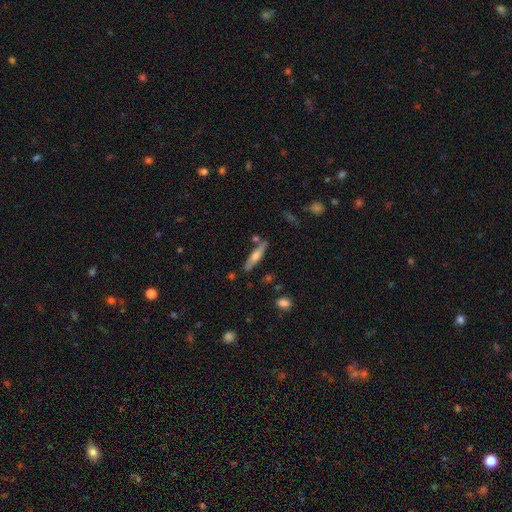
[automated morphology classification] A smooth galaxy with no disk features (51%) that is cigar-shaped (82%).

Vote fractions:
- Smooth or featured? smooth: 51% / featured or disk: 43% / star or artifact: 6%
- How rounded? cigar-shaped: 82% / in between: 16% / round: 2%
- Merging? none: 79% / minor disturbance: 12% / merger: 7% / major disturbance: 3%